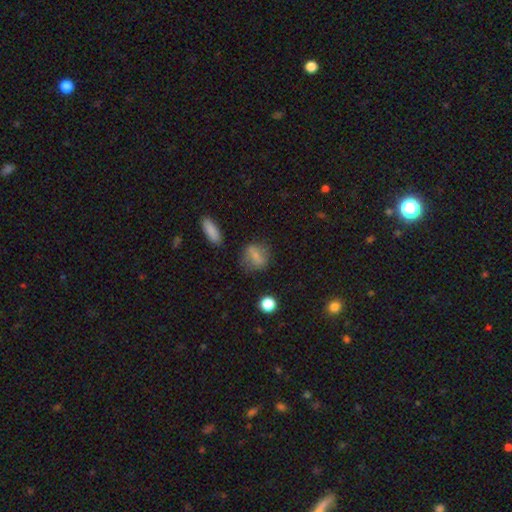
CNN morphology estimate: smooth-or-featured: smooth: 66% | featured or disk: 22% | star or artifact: 11%
  how-rounded: round: 54% | in between: 41% | cigar-shaped: 5%
  merging: none: 70% | minor disturbance: 19% | major disturbance: 8% | merger: 4%